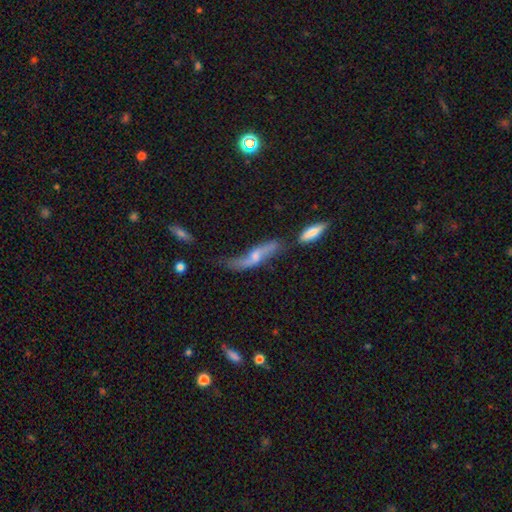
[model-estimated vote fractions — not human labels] Smooth or featured?
  - featured or disk: 62% *
  - smooth: 29%
  - star or artifact: 8%
Edge-on disk?
  - no: 58% *
  - yes: 42%
Merging?
  - none: 38% *
  - minor disturbance: 25%
  - merger: 19%
  - major disturbance: 18%